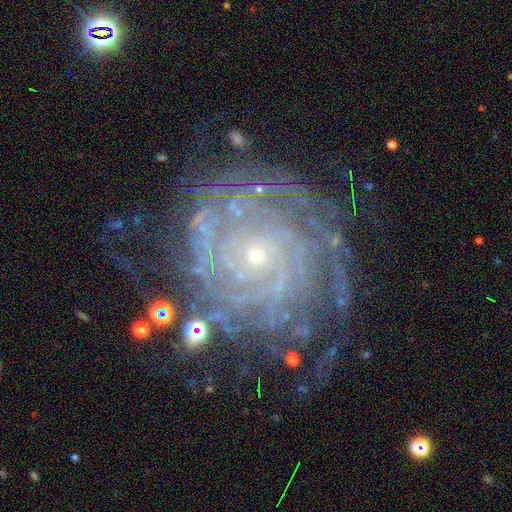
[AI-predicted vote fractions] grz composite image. It shows a featured or disk galaxy (89%) with no bar (79%), tight (83%) spiral arms (98%) and a small central bulge (83%). Merging: none (70%).